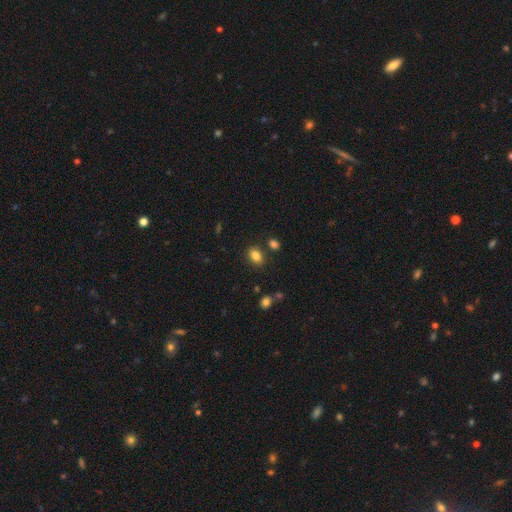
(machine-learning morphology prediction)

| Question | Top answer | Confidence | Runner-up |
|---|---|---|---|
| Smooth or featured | smooth | 84% | star or artifact (11%) |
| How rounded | in between | 74% | round (25%) |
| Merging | none | 80% | minor disturbance (11%) |